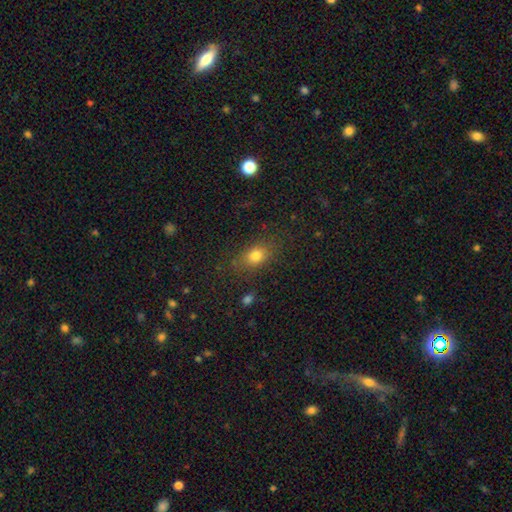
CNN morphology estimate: A smooth galaxy with no disk features (78%) that is in between round and cigar-shaped (70%).

Vote fractions:
- Smooth or featured? smooth: 78% / star or artifact: 12% / featured or disk: 10%
- How rounded? in between: 70% / round: 26% / cigar-shaped: 4%
- Merging? none: 79% / minor disturbance: 13% / major disturbance: 5% / merger: 2%